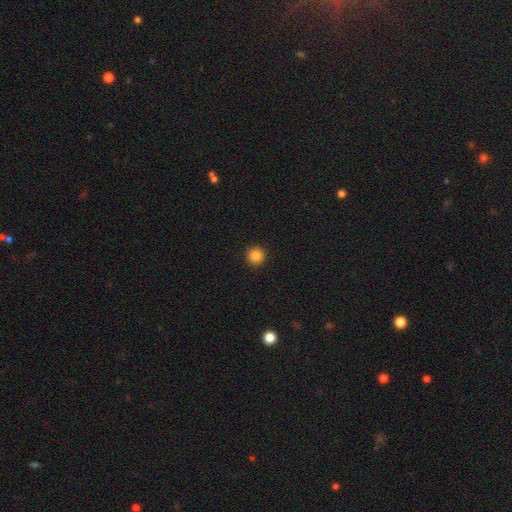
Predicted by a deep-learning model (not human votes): Morphology: type=smooth (85%); roundness=round (95%); merging=none (93%).